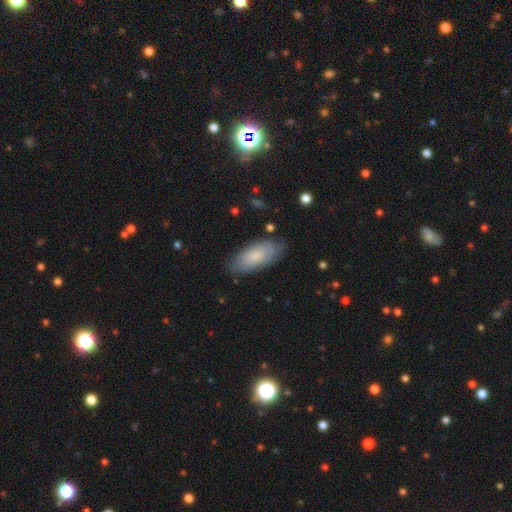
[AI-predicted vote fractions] Morphology: type=smooth (76%); roundness=in between (86%); merging=none (77%).